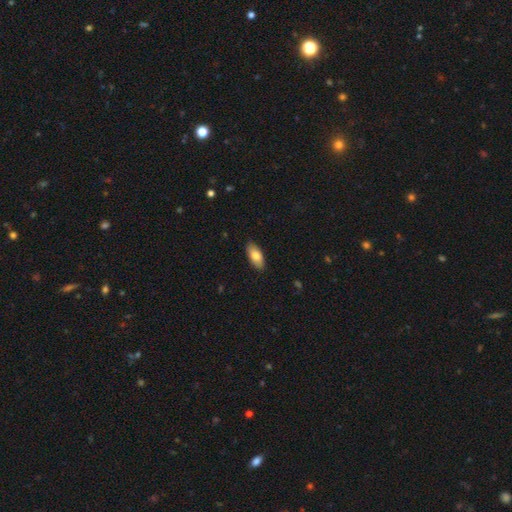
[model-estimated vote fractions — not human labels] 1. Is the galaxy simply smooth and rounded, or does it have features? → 81% smooth, 13% featured or disk, 6% star or artifact.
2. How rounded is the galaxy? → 86% in between, 12% cigar-shaped, 2% round.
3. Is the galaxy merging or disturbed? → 88% none, 9% minor disturbance, 2% major disturbance, 1% merger.